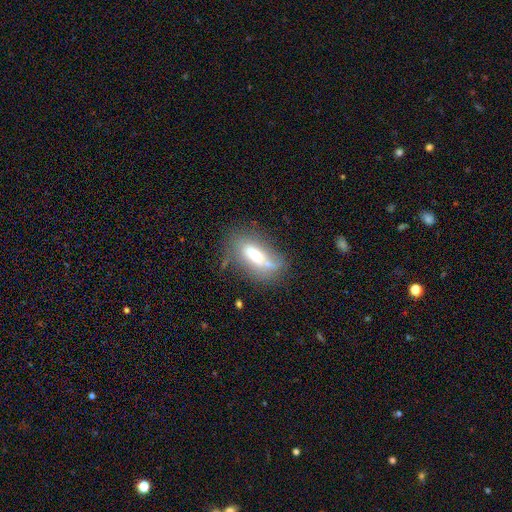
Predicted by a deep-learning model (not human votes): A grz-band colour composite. It shows a smooth galaxy with no disk features (45%). Merging: none (53%).